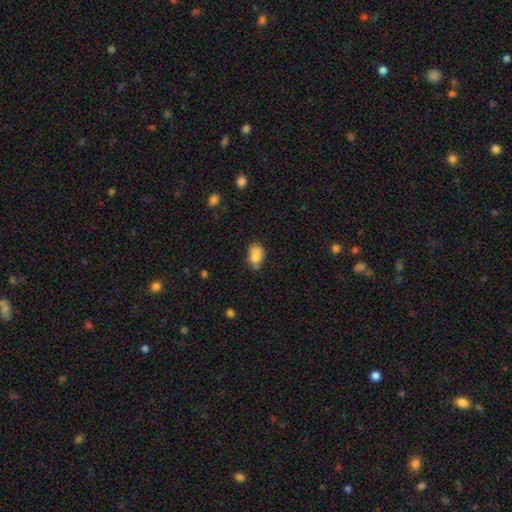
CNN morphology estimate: This is likely a smooth galaxy (78%). How rounded: clearly in between (81%). Merging: possibly none (47%).